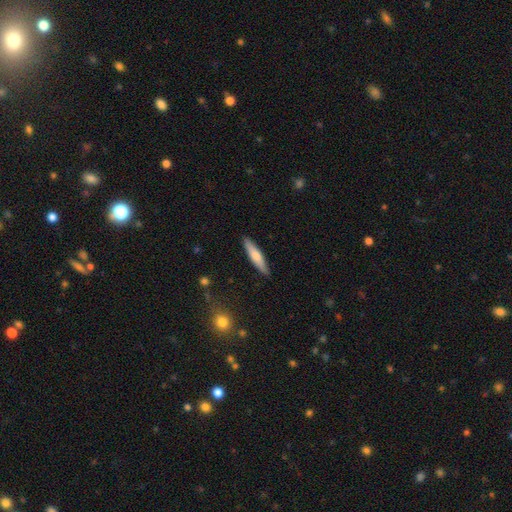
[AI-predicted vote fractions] Morphology: type=smooth (66%); roundness=cigar-shaped (83%); merging=none (89%).